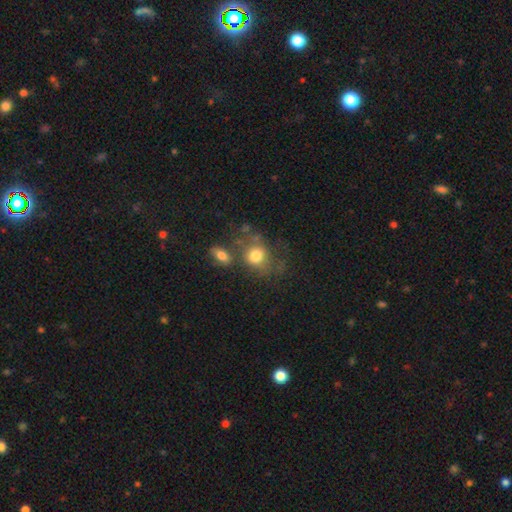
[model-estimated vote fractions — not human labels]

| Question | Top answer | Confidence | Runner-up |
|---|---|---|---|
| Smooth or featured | smooth | 73% | featured or disk (17%) |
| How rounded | round | 56% | in between (42%) |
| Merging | none | 43% | merger (21%) |